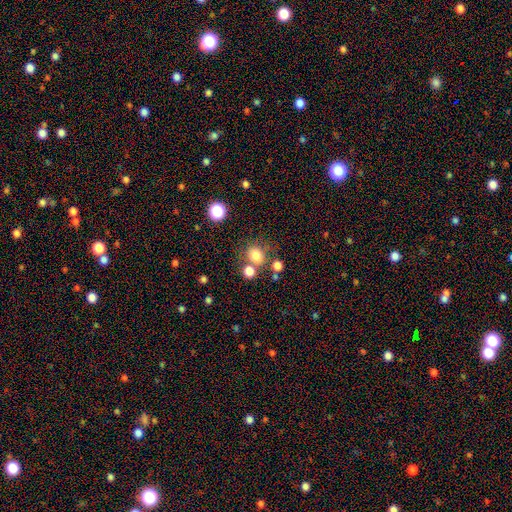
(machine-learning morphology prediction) A smooth galaxy with no disk features (77%) that is round (76%). Merging: none (63%).